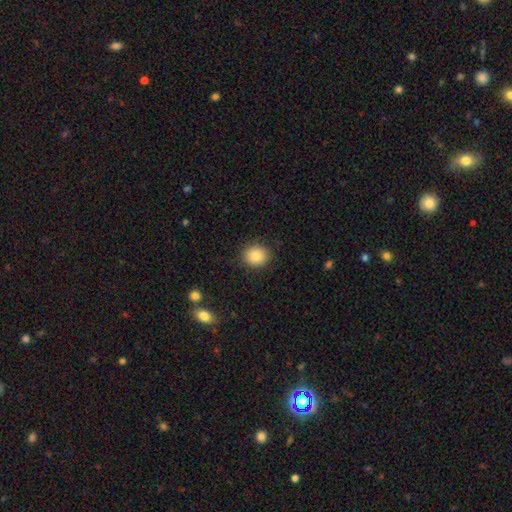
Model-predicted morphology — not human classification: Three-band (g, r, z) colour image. It shows a smooth galaxy with no disk features (84%) that is round (85%). Merging: none (89%).